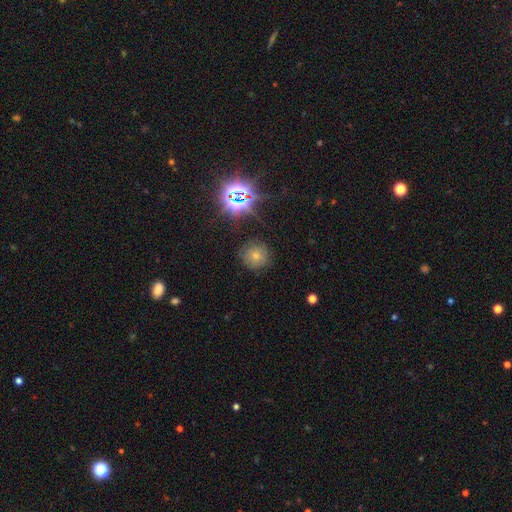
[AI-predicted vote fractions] Morphology: type=smooth (57%); roundness=round (91%); merging=none (80%).